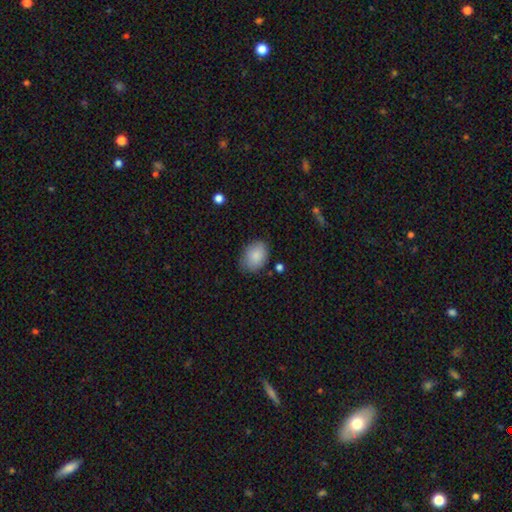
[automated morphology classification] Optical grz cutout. It shows a smooth galaxy with no disk features (87%) that is in between round and cigar-shaped (76%). Merging: none (75%).